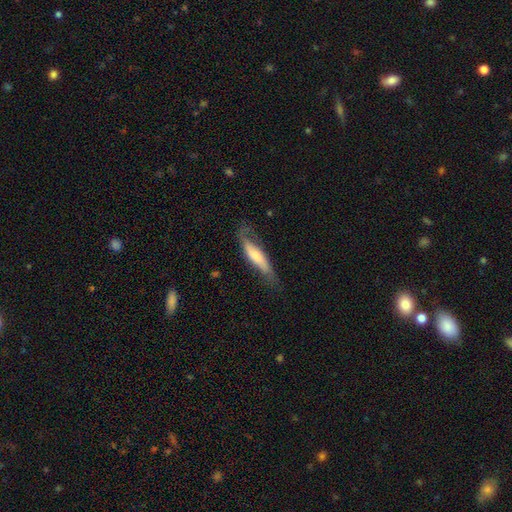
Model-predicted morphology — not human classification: smooth_or_featured: featured or disk (p=0.48) [alt: smooth p=0.46]
merging: none (p=0.55) [alt: minor disturbance p=0.28]